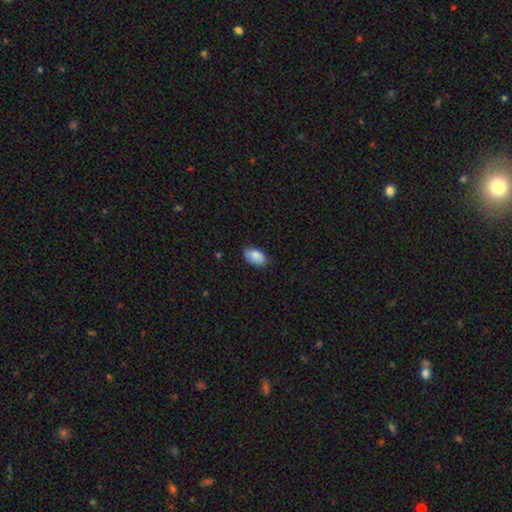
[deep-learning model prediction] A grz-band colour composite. It shows a smooth galaxy with no disk features (83%) that is in between round and cigar-shaped (94%). Merging: none (83%).